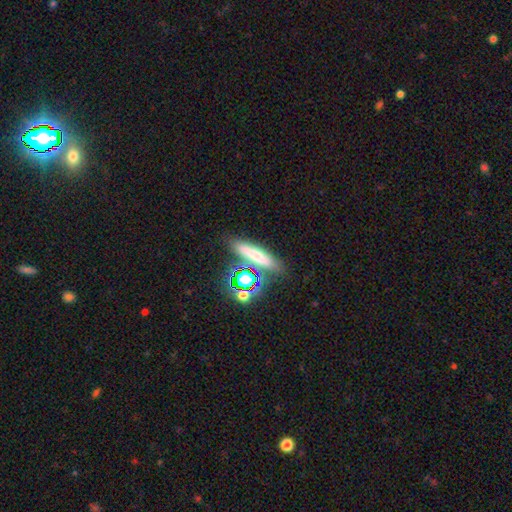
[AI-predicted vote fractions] Morphology: type=smooth (61%); roundness=cigar-shaped (66%); merging=none (74%).